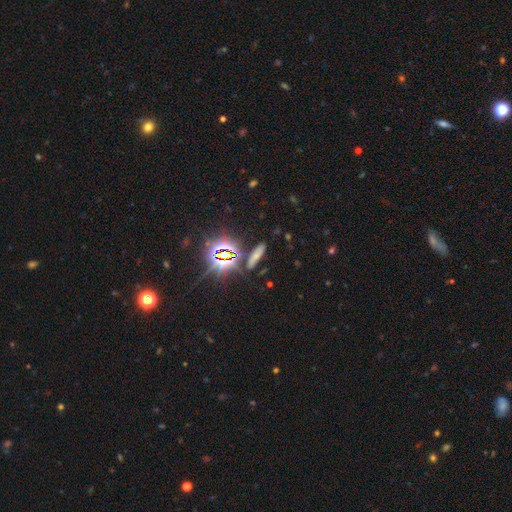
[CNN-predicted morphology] This appears to be a smooth galaxy with no disk features (46%). Merging: none (75%).